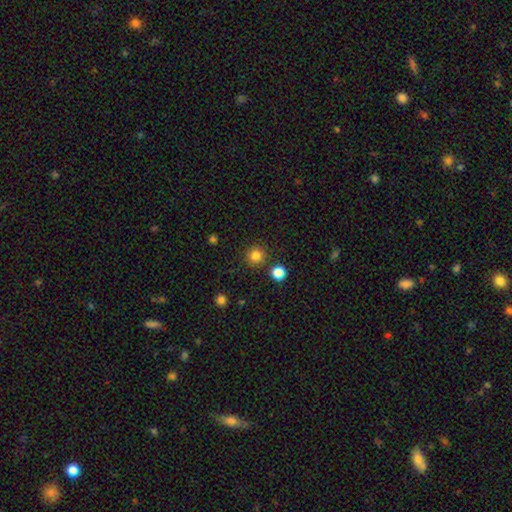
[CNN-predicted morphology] Q: Smooth or featured?
A: smooth (83%); runner-up: star or artifact (13%)
Q: How rounded?
A: round (95%); runner-up: in between (4%)
Q: Merging?
A: none (87%); runner-up: minor disturbance (6%)